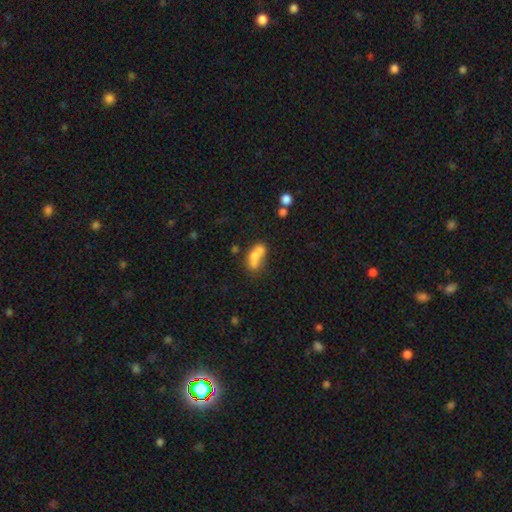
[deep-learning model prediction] smooth 62%, featured or disk 27%, star or artifact 11%. Down the decision tree: how rounded — in between (71%); merging — merger (50%).